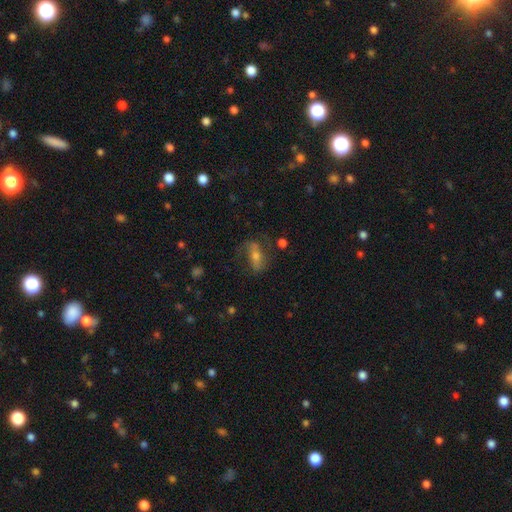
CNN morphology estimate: Smooth or featured? Predicted: featured or disk (p=0.50). Edge-on disk? Predicted: no (p=0.82). Merging? Predicted: none (p=0.61).